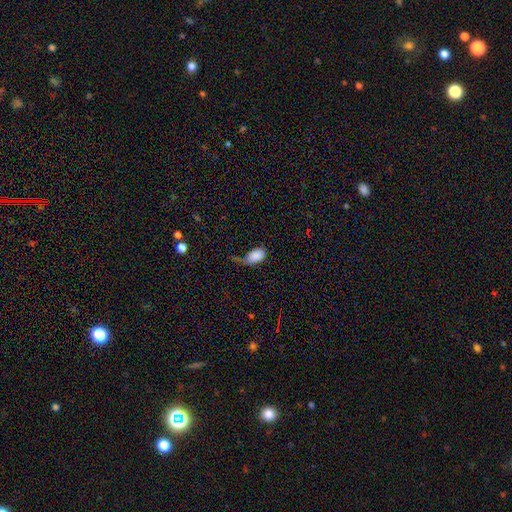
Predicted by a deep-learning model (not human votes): The model was most divided on "merging": major disturbance: 37%, minor disturbance: 29%, none: 28%, merger: 6%. More confident: how rounded — in between (92%); smooth or featured — smooth (83%).